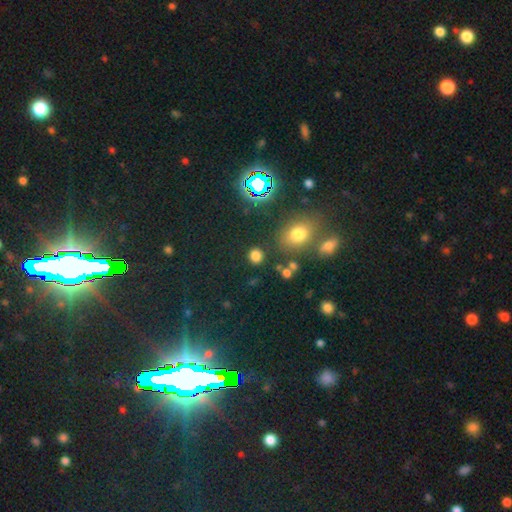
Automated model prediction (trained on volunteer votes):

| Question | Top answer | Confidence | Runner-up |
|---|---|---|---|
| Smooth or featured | smooth | 74% | star or artifact (21%) |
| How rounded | round | 81% | in between (17%) |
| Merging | none | 85% | minor disturbance (8%) |